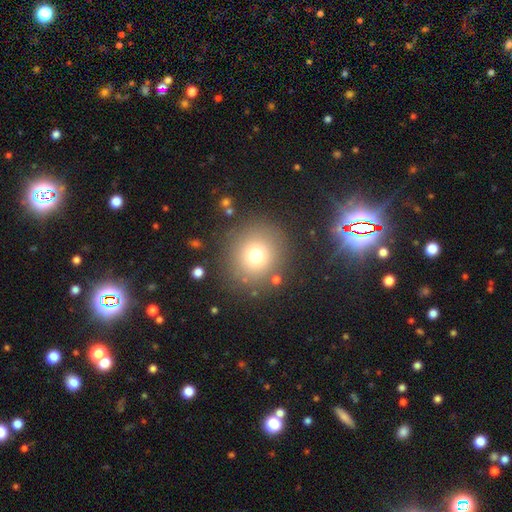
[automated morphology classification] smooth_or_featured: smooth (p=0.72) [alt: star or artifact p=0.17]
how_rounded: round (p=0.92) [alt: in between p=0.07]
merging: none (p=0.84) [alt: minor disturbance p=0.08]